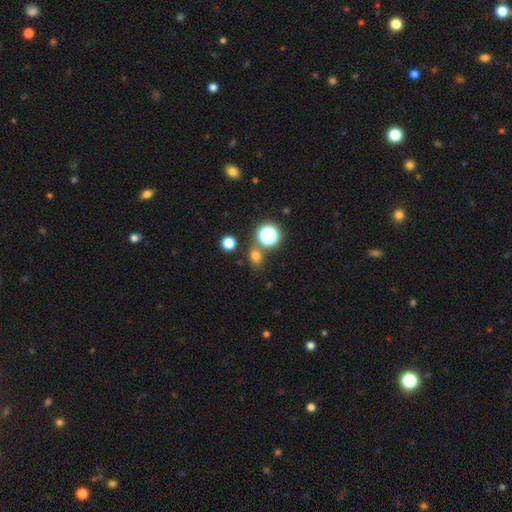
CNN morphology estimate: A smooth galaxy with no disk features (66%) that is round (62%). Merging: none (74%).